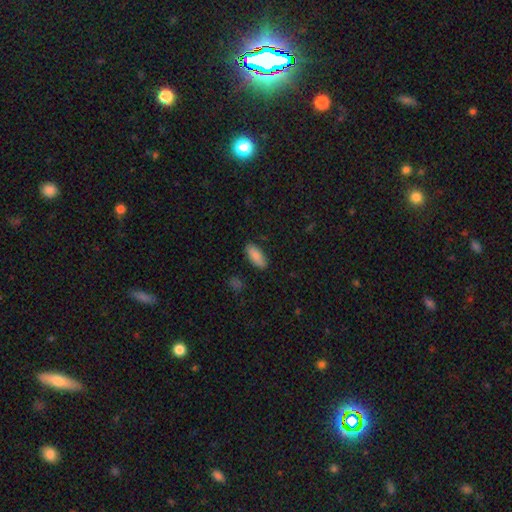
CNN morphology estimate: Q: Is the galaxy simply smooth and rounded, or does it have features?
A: smooth — 88%.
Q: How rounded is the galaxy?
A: in between — 86%.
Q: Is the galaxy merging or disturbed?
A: none — 87%.